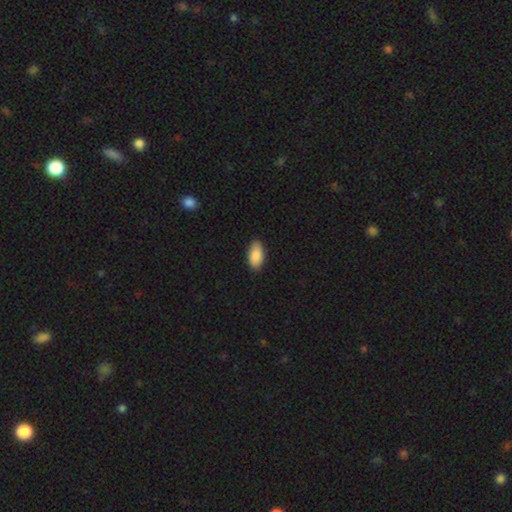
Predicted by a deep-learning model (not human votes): Smooth or featured?
  - smooth: 88% *
  - star or artifact: 6%
  - featured or disk: 5%
How rounded?
  - in between: 94% *
  - cigar-shaped: 4%
  - round: 3%
Merging?
  - none: 85% *
  - minor disturbance: 13%
  - major disturbance: 2%
  - merger: 1%